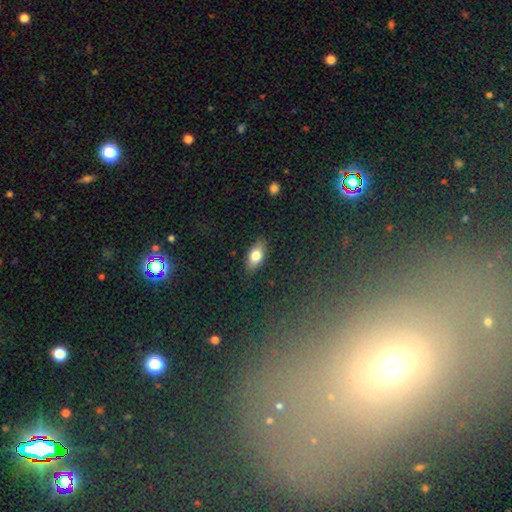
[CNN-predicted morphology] type=smooth (76%); roundness=in between (87%); merging=none (87%).